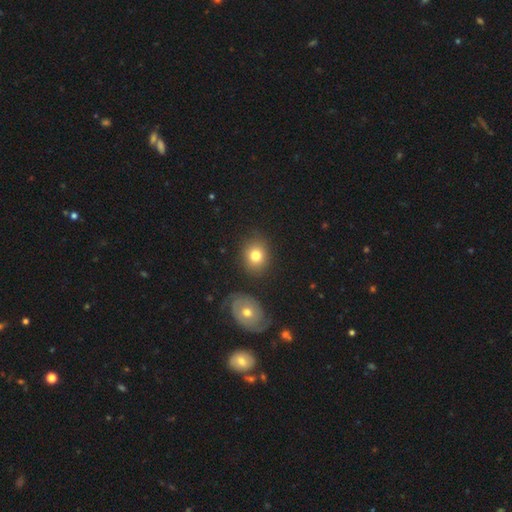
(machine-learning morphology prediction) A smooth galaxy with no disk features (77%) that is round (65%). Merging: none (79%).